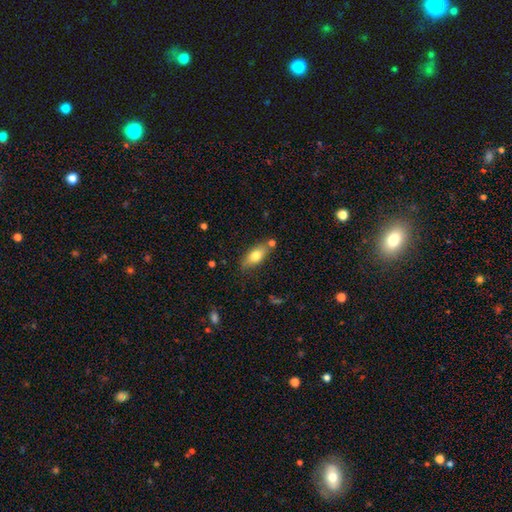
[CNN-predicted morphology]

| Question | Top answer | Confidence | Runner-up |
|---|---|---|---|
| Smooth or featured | smooth | 72% | featured or disk (21%) |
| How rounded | in between | 80% | cigar-shaped (15%) |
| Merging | none | 71% | minor disturbance (16%) |